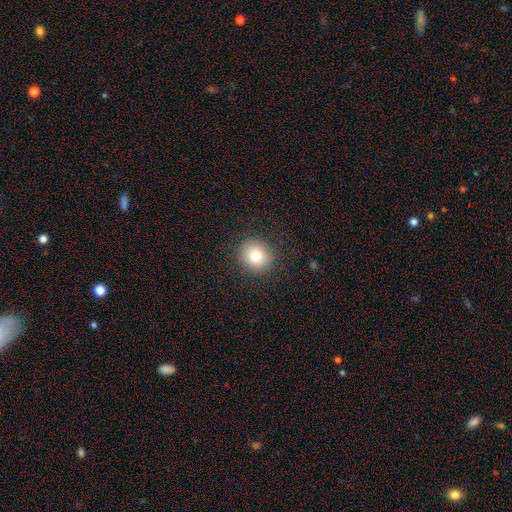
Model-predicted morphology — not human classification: Smooth or featured: smooth — 77% (star or artifact — 12%)
How rounded: round — 87% (in between — 12%)
Merging: none — 89% (minor disturbance — 7%)